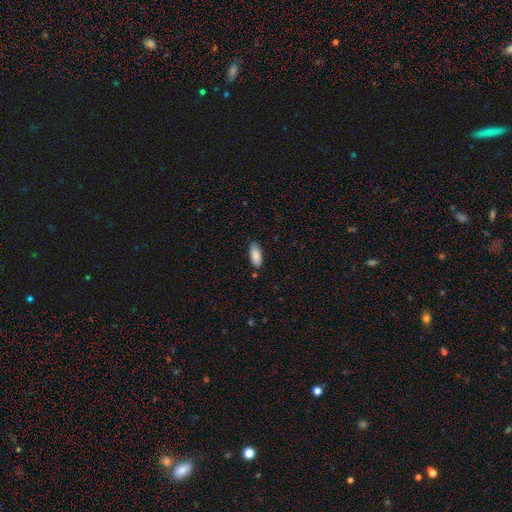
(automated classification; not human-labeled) This appears to be a smooth galaxy with no disk features (89%) that is in between round and cigar-shaped (86%). Merging: none (81%).